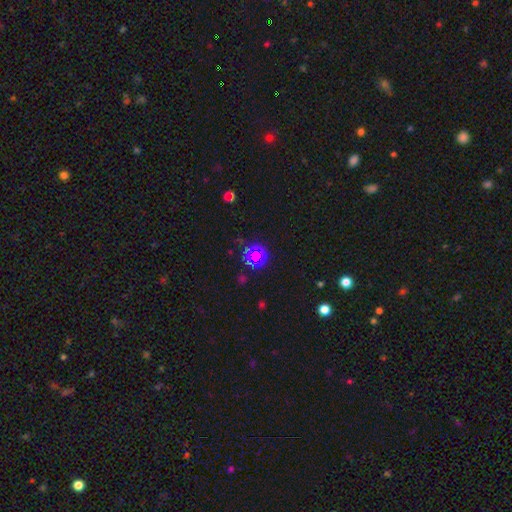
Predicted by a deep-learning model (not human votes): Smooth or featured? Predicted: star or artifact (p=0.69).